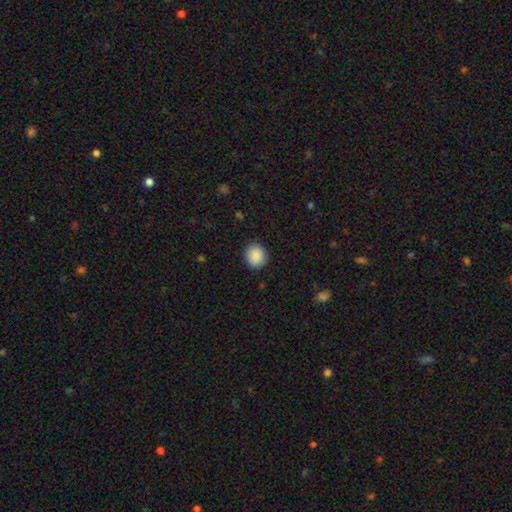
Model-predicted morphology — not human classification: smooth 90%, star or artifact 8%, featured or disk 3%. Down the decision tree: how rounded — round (80%); merging — none (90%).